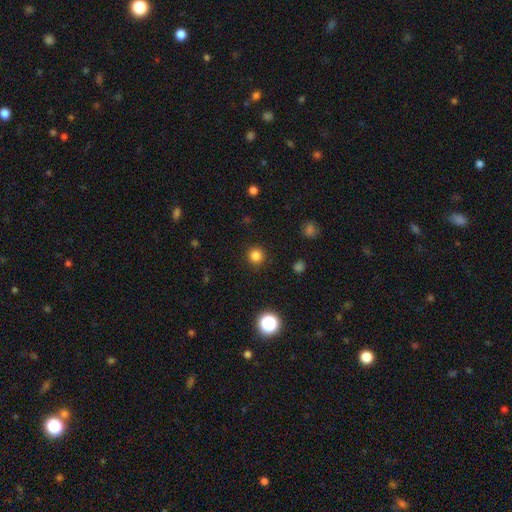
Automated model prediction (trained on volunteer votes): Smooth or featured? smooth (82%)
How rounded? round (95%)
Merging? none (91%)